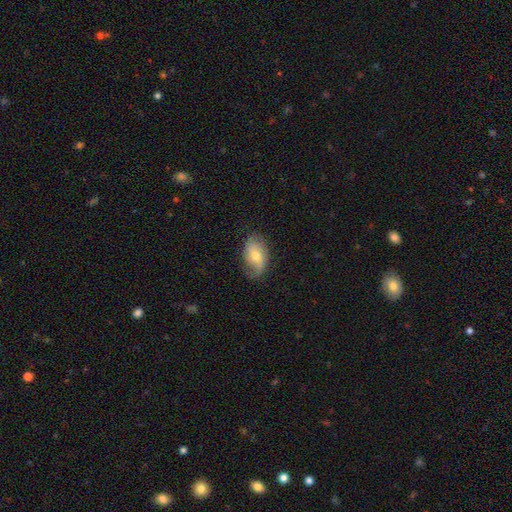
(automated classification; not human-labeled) Smooth or featured? Predicted: featured or disk (p=0.52). Edge-on disk? Predicted: no (p=0.94). Merging? Predicted: none (p=0.66).